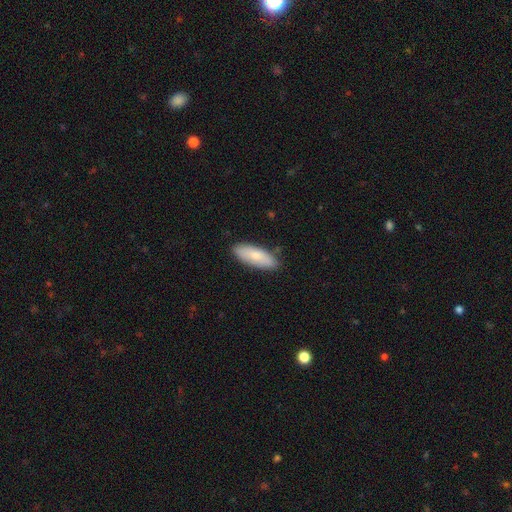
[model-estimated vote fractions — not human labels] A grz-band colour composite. It shows a smooth galaxy with no disk features (76%) that is in between round and cigar-shaped (72%). Merging: none (84%).